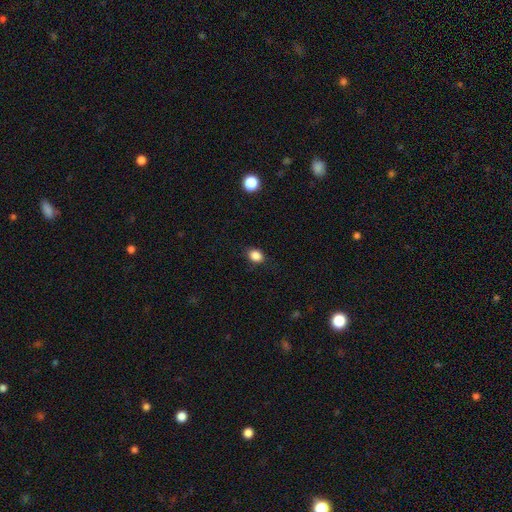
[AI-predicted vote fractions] Smooth or featured? Predicted: smooth (p=0.86). How rounded? Predicted: in between (p=0.59). Merging? Predicted: none (p=0.84).